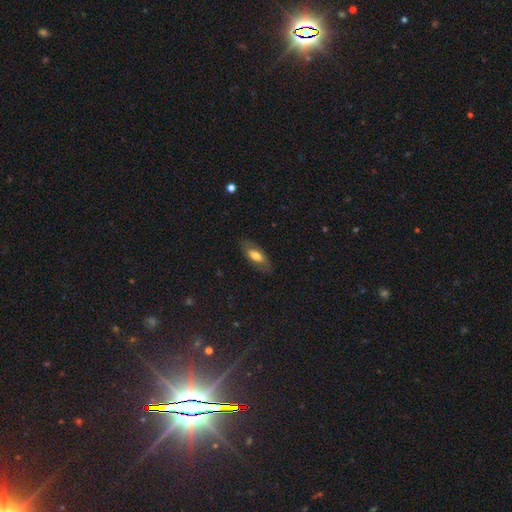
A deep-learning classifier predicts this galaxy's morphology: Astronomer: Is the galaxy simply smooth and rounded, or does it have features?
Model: smooth — 57% (runner-up: featured or disk, 35%).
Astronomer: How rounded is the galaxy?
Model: in between — 83%.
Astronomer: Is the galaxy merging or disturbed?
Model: none — 80%.